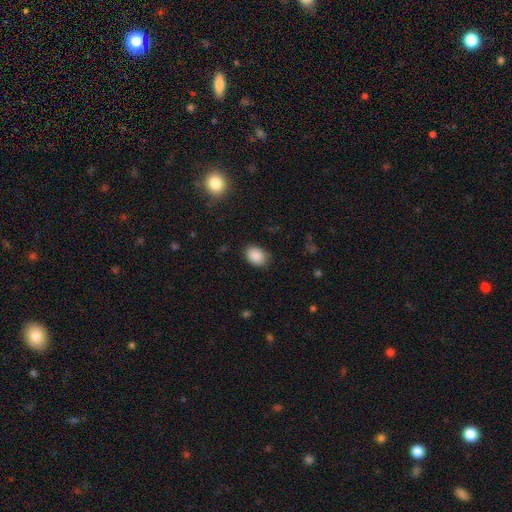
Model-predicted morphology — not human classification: This appears to be a smooth galaxy with no disk features (88%) that is in between round and cigar-shaped (75%). Merging: none (81%).